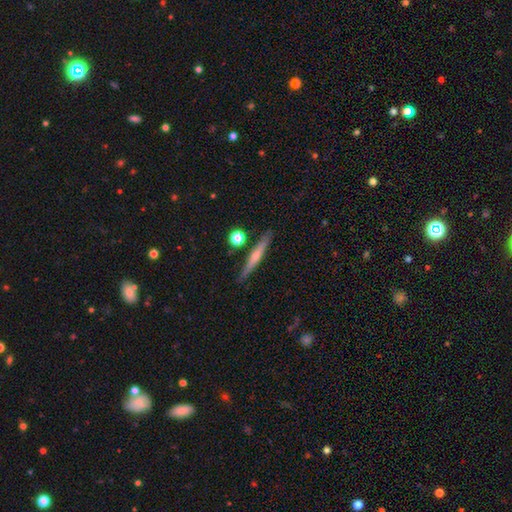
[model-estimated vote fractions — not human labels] featured or disk 51%, smooth 42%, star or artifact 7%. Down the decision tree: edge-on disk — yes (96%); merging — none (87%).